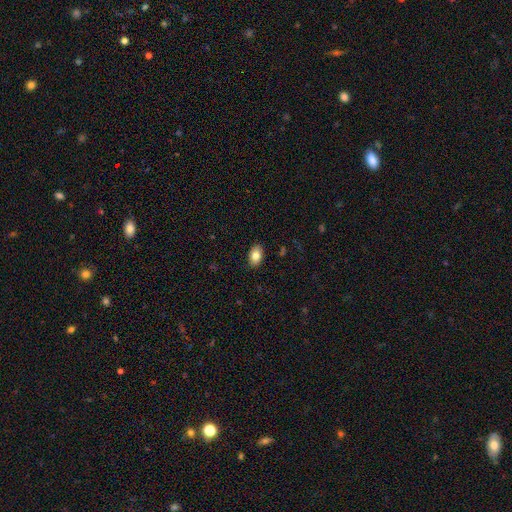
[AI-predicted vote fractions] This appears to be a smooth galaxy with no disk features (82%) that is in between round and cigar-shaped (89%). Merging: none (89%).